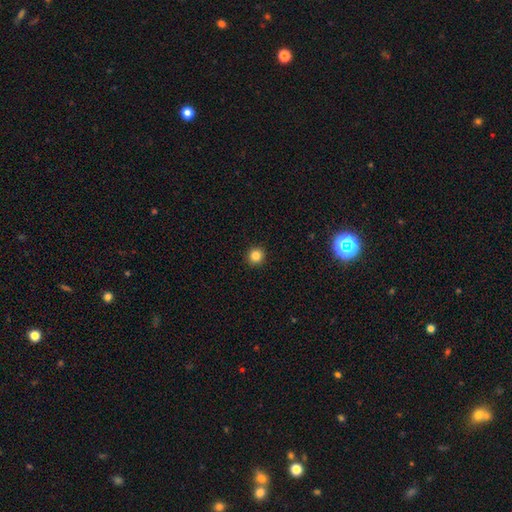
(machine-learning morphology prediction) A smooth galaxy with no disk features (84%) that is round (94%). Merging: none (93%).